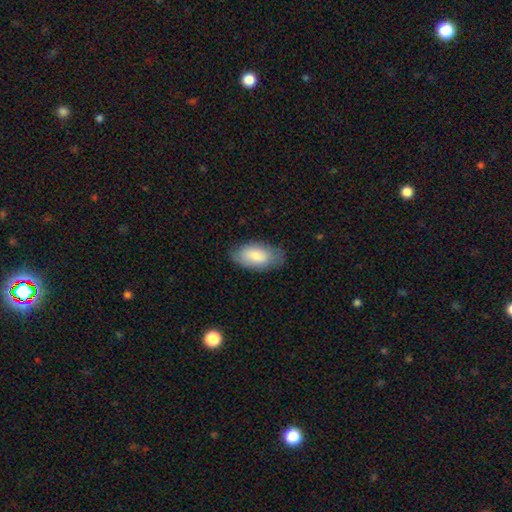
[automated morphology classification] Smooth or featured? Predicted: smooth (p=0.78). How rounded? Predicted: in between (p=0.94). Merging? Predicted: none (p=0.76).